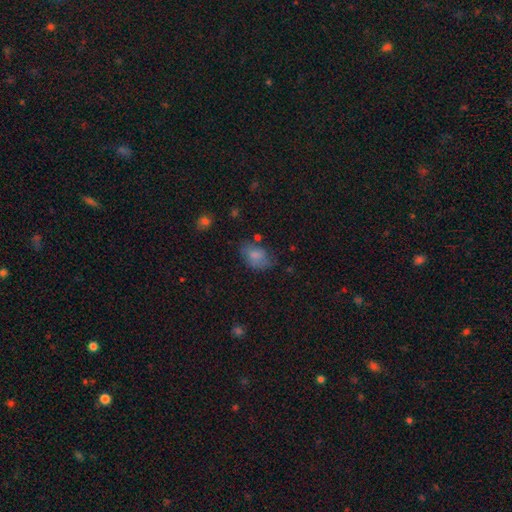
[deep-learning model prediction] This appears to be a smooth galaxy with no disk features (74%) that is in between round and cigar-shaped (84%). Merging: none (52%).